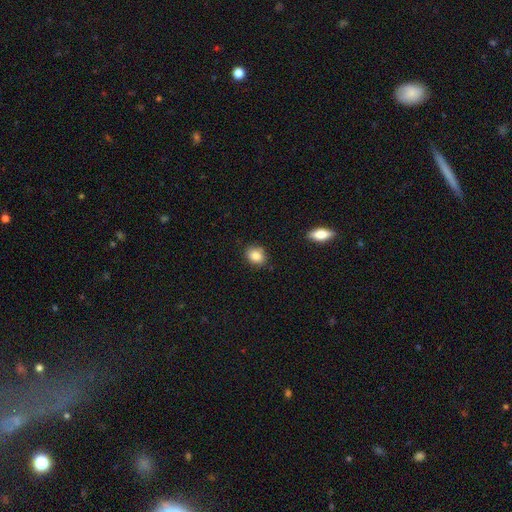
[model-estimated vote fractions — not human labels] Smooth or featured: smooth — 85% (star or artifact — 9%)
How rounded: round — 52% (in between — 47%)
Merging: none — 82% (minor disturbance — 13%)